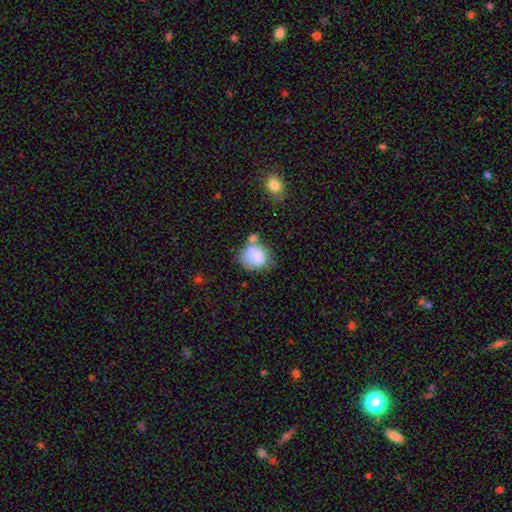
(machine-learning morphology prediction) type=smooth (75%); roundness=round (66%); merging=none (40%).